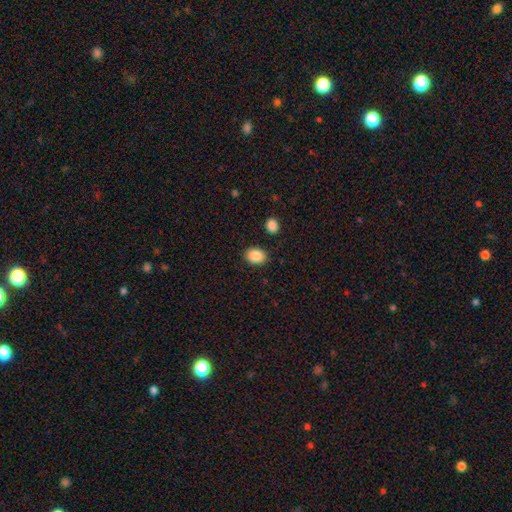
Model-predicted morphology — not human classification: Q: Smooth or featured?
A: smooth (88%); runner-up: star or artifact (8%)
Q: How rounded?
A: in between (58%); runner-up: round (41%)
Q: Merging?
A: none (86%); runner-up: minor disturbance (9%)